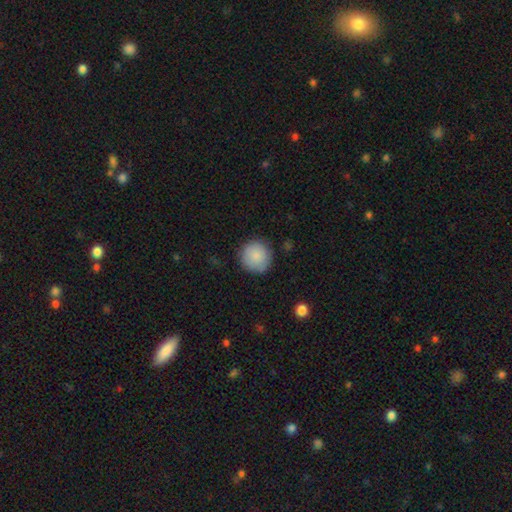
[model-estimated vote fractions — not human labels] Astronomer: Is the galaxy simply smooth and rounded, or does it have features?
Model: smooth — 87%.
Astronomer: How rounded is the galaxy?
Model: round — 95%.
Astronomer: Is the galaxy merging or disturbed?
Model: none — 86%.